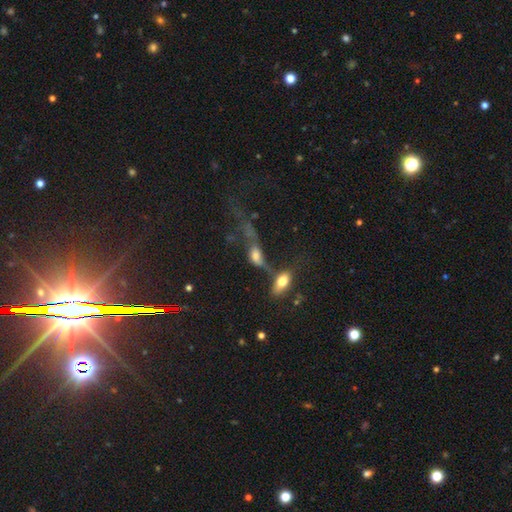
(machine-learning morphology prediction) The model was most divided on "smooth or featured": smooth: 51%, featured or disk: 34%, star or artifact: 15%. Remaining: how rounded — in between (73%); merging — merger (47%).